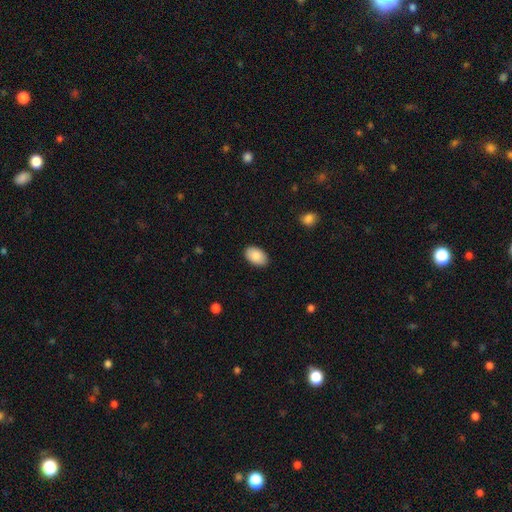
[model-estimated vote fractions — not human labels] Smooth or featured: smooth — 88% (star or artifact — 6%)
How rounded: in between — 93% (round — 6%)
Merging: none — 88% (minor disturbance — 9%)